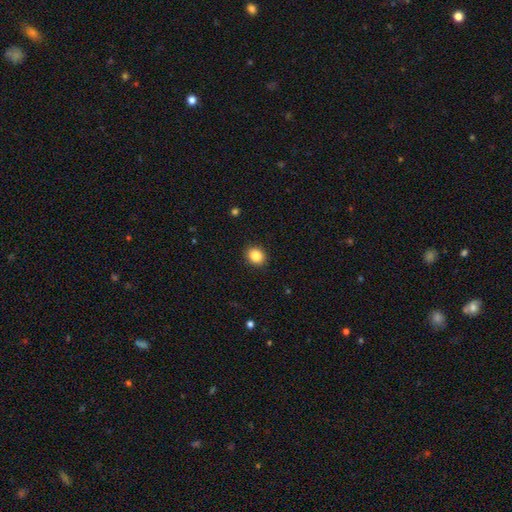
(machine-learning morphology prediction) The model was most divided on "how rounded": round: 62%, in between: 37%, cigar-shaped: 1%. More confident: merging — none (90%); smooth or featured — smooth (87%).